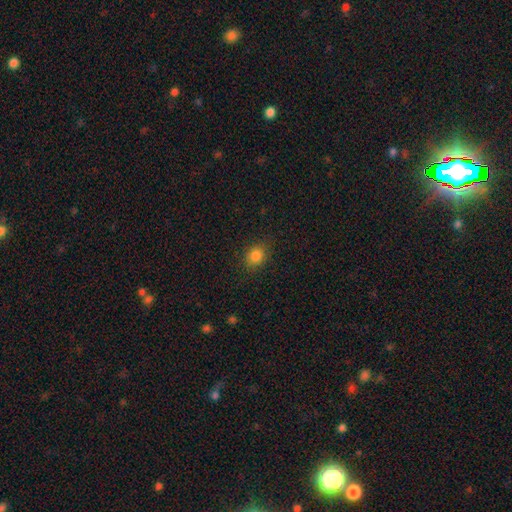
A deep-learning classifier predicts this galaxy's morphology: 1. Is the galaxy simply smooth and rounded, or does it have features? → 83% smooth, 12% star or artifact, 5% featured or disk.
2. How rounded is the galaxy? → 57% round, 41% in between, 1% cigar-shaped.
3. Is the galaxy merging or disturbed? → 84% none, 12% minor disturbance, 3% major disturbance, 1% merger.